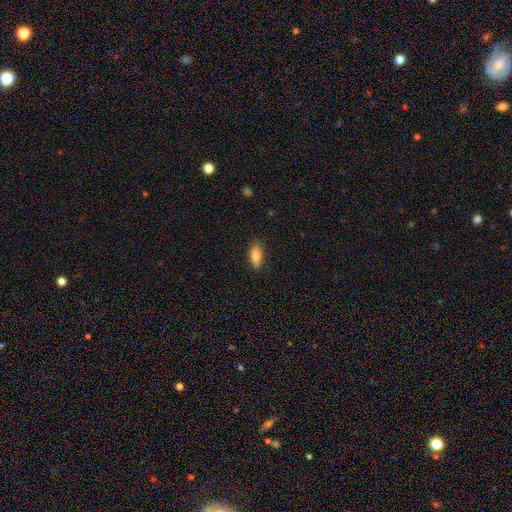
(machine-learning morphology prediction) Smooth or featured: smooth — 76% (featured or disk — 17%)
How rounded: in between — 68% (cigar-shaped — 29%)
Merging: none — 85% (minor disturbance — 11%)